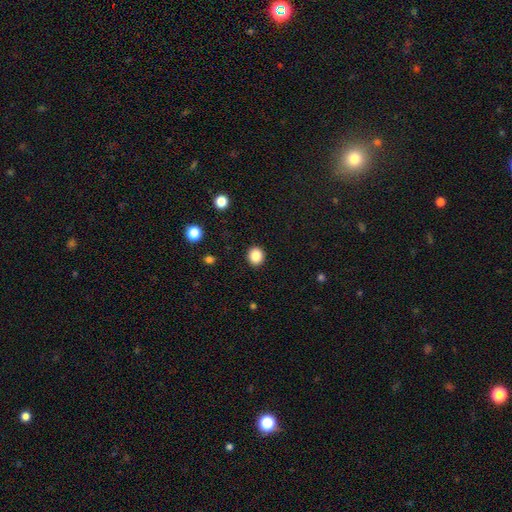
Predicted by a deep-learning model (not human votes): This appears to be a smooth galaxy with no disk features (85%) that is round (84%). Merging: none (92%).